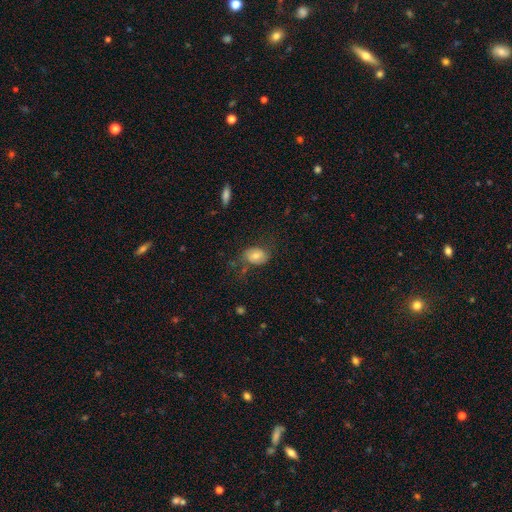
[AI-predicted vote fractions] Smooth or featured? smooth (71%)
How rounded? in between (77%)
Merging? none (62%)